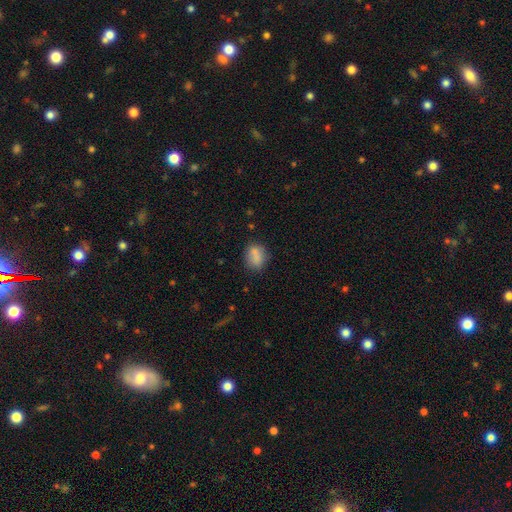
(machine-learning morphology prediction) A smooth galaxy with no disk features (81%) that is in between round and cigar-shaped (54%).

Vote fractions:
- Smooth or featured? smooth: 81% / featured or disk: 10% / star or artifact: 10%
- How rounded? in between: 54% / round: 44% / cigar-shaped: 2%
- Merging? none: 66% / minor disturbance: 19% / merger: 10% / major disturbance: 5%